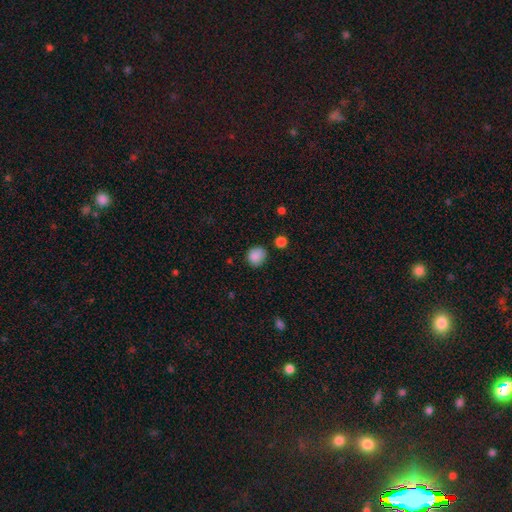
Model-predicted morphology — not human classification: Q: Smooth or featured?
A: smooth (86%); runner-up: star or artifact (10%)
Q: How rounded?
A: round (80%); runner-up: in between (20%)
Q: Merging?
A: none (73%); runner-up: minor disturbance (19%)